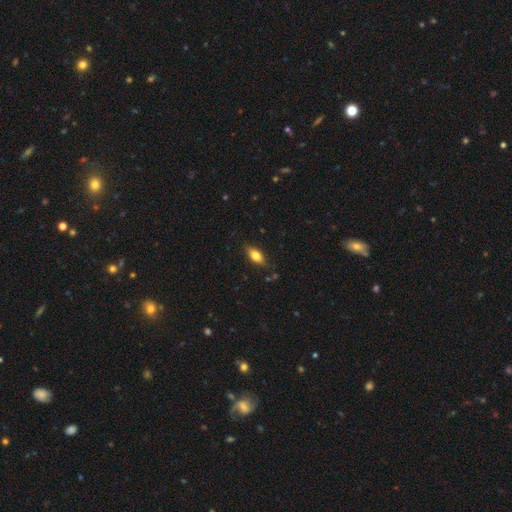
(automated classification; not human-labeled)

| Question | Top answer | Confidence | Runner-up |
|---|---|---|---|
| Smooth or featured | smooth | 73% | featured or disk (20%) |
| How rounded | in between | 83% | cigar-shaped (13%) |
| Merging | none | 81% | minor disturbance (15%) |